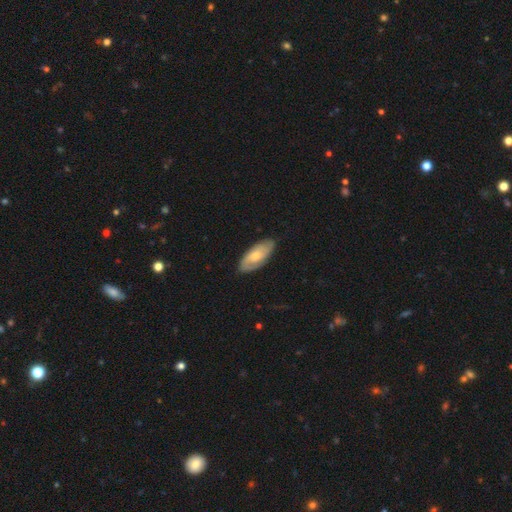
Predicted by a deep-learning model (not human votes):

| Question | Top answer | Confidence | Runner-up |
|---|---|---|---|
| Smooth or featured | featured or disk | 51% | smooth (44%) |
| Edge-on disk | no | 88% | yes (12%) |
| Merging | none | 81% | minor disturbance (15%) |